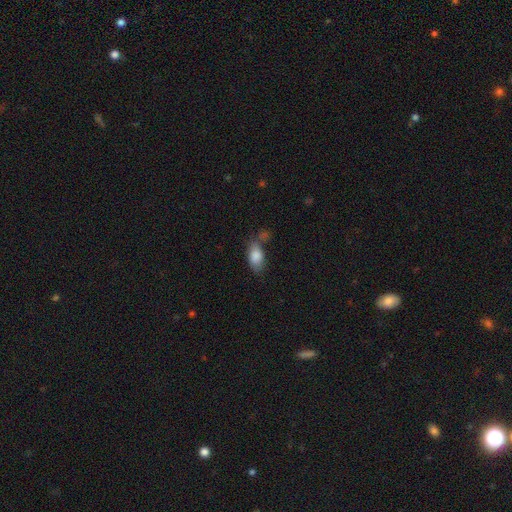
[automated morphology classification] Overall: smooth (83%). How rounded: in between (91%). Merging: none (49%; minor disturbance 22%).